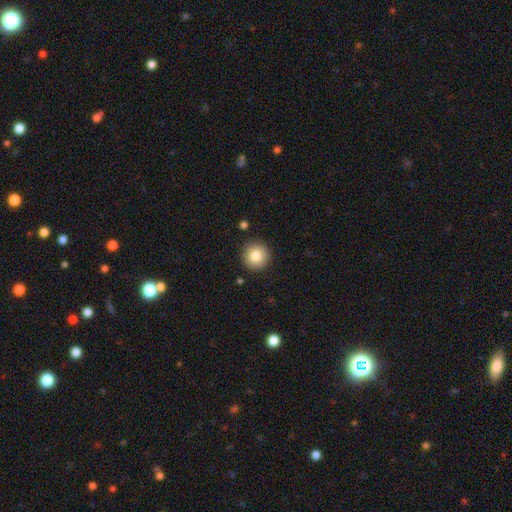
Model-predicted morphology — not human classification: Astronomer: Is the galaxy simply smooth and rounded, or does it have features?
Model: smooth — 83%.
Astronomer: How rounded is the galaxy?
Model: round — 95%.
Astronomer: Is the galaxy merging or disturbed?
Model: none — 90%.